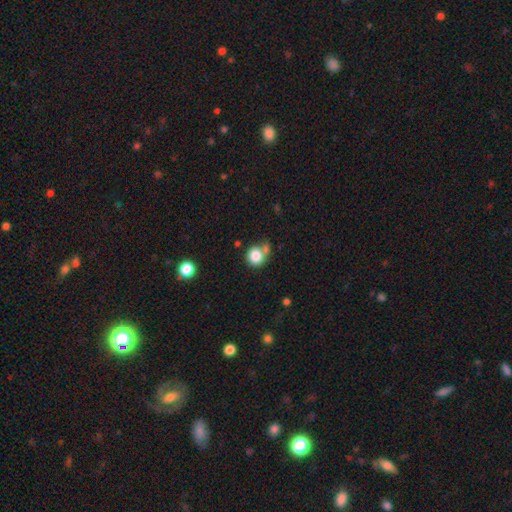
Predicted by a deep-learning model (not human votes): smooth 83%, star or artifact 10%, featured or disk 7%. Down the decision tree: how rounded — round (85%); merging — none (54%).